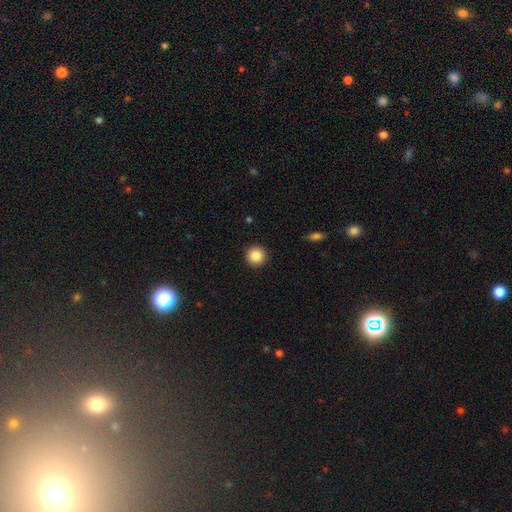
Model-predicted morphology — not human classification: A smooth galaxy with no disk features (86%) that is round (95%).

Vote fractions:
- Smooth or featured? smooth: 86% / star or artifact: 9% / featured or disk: 4%
- How rounded? round: 95% / in between: 4% / cigar-shaped: 1%
- Merging? none: 93% / minor disturbance: 5% / major disturbance: 2% / merger: 1%